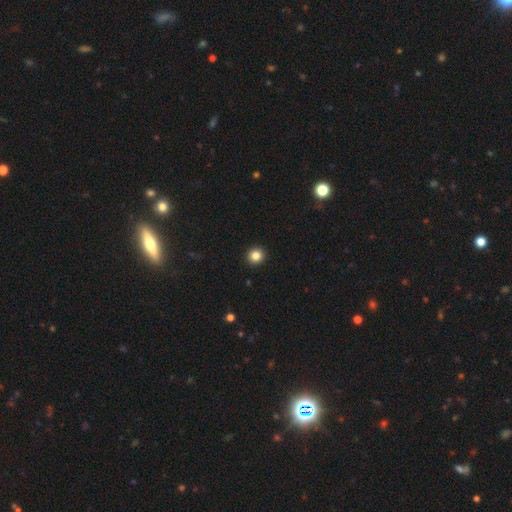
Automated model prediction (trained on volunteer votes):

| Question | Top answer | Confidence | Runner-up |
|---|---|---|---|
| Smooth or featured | smooth | 84% | star or artifact (11%) |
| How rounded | round | 91% | in between (8%) |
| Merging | none | 93% | minor disturbance (4%) |